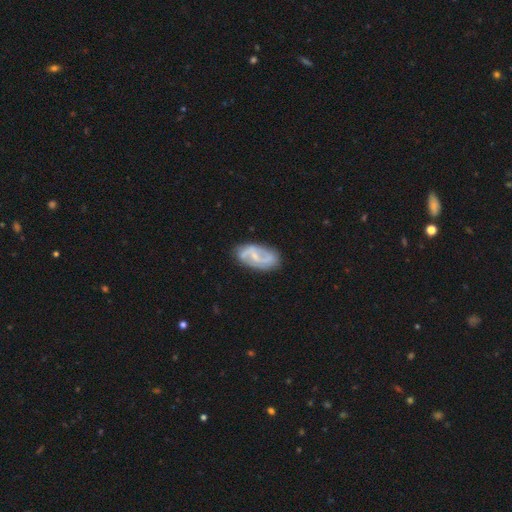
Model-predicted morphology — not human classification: Smooth or featured?
  - featured or disk: 73% *
  - smooth: 21%
  - star or artifact: 6%
Edge-on disk?
  - no: 95% *
  - yes: 5%
Bar?
  - weak: 48% *
  - no: 28%
  - strong: 24%
Spiral arms?
  - yes: 82% *
  - no: 18%
Spiral winding?
  - medium: 41% *
  - loose: 38%
  - tight: 20%
Spiral arm count?
  - 2: 80% *
  - can't tell: 12%
  - 1: 3%
  - 3: 2%
  - 4: 1%
  - more than 4: 1%
Bulge size?
  - small: 60% *
  - moderate: 25%
  - none: 13%
  - large: 1%
  - dominant: 1%
Merging?
  - none: 76% *
  - minor disturbance: 16%
  - major disturbance: 5%
  - merger: 2%